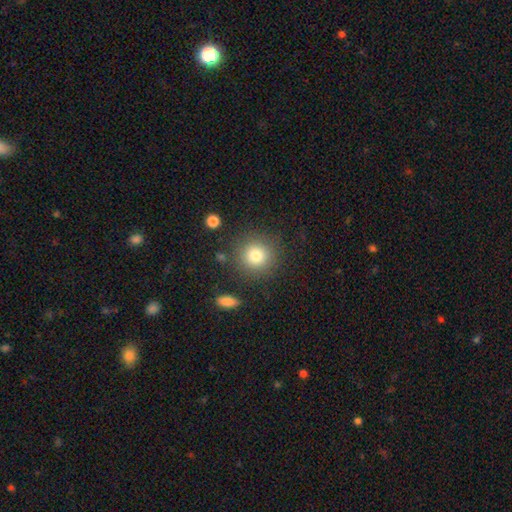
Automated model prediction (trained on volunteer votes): Morphology: type=smooth (80%); roundness=round (92%); merging=none (85%).